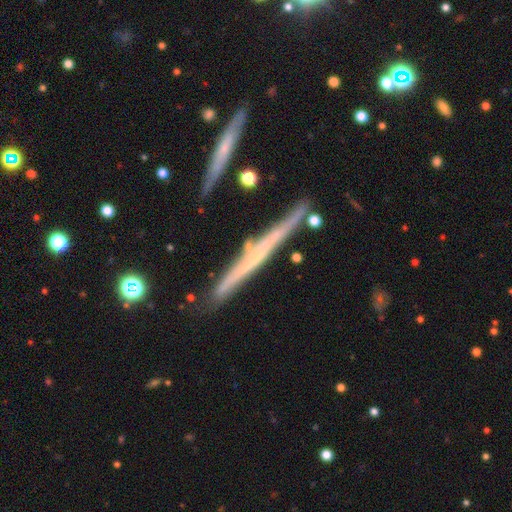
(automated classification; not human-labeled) smooth-or-featured: featured or disk: 66% | smooth: 28% | star or artifact: 7%
  disk-edge-on: yes: 96% | no: 4%
    edge-on-bulge: none: 73% | rounded: 21% | boxy: 6%
  merging: none: 82% | minor disturbance: 12% | merger: 4% | major disturbance: 2%